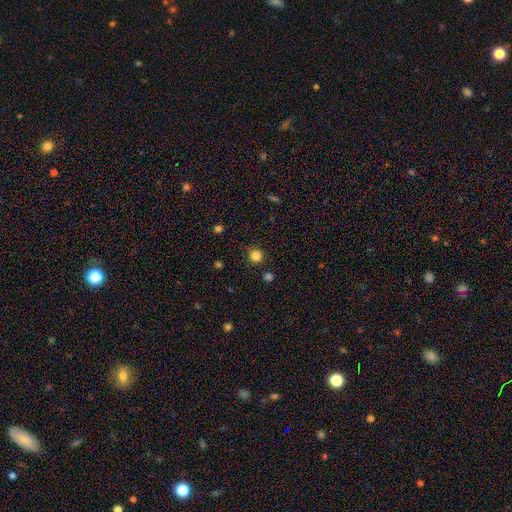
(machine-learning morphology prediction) Smooth or featured? Predicted: smooth (p=0.83). How rounded? Predicted: round (p=0.95). Merging? Predicted: none (p=0.89).